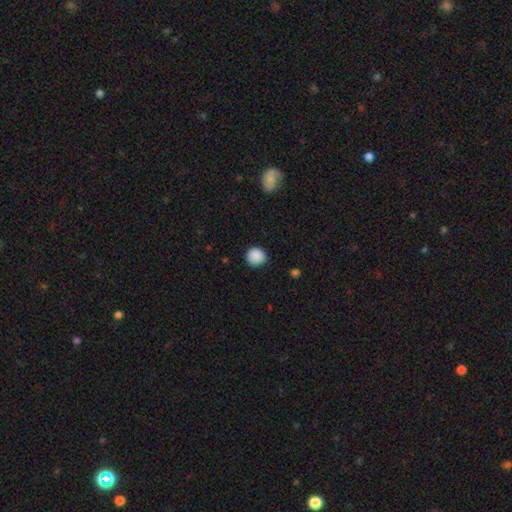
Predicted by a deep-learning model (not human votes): Q: Smooth or featured?
A: smooth (89%); runner-up: star or artifact (9%)
Q: How rounded?
A: round (91%); runner-up: in between (8%)
Q: Merging?
A: none (85%); runner-up: minor disturbance (12%)